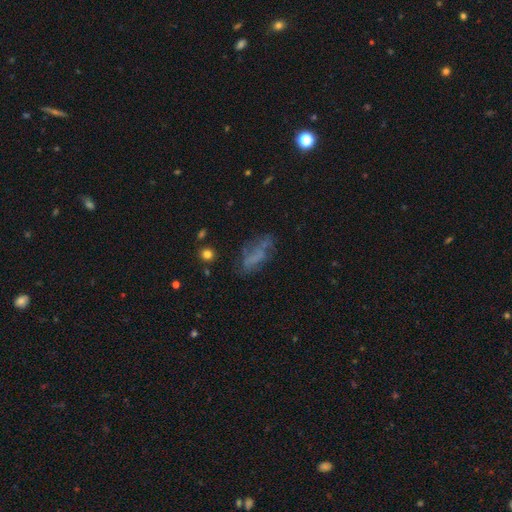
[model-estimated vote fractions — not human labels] A smooth galaxy with no disk features (42%).

Vote fractions:
- Smooth or featured? smooth: 42% / featured or disk: 40% / star or artifact: 18%
- Merging? none: 49% / minor disturbance: 23% / major disturbance: 22% / merger: 6%